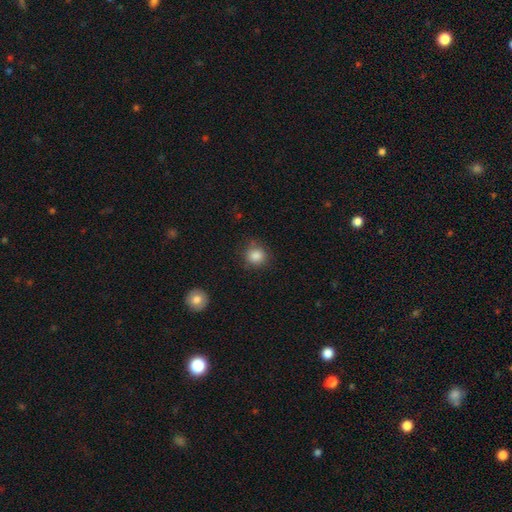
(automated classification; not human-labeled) The model was most divided on "merging": none: 78%, minor disturbance: 16%, major disturbance: 4%, merger: 2%. More confident: how rounded — round (88%); smooth or featured — smooth (86%).